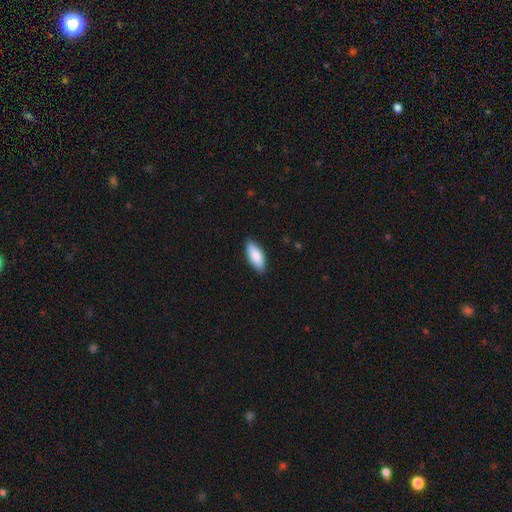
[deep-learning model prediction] This appears to be a smooth galaxy with no disk features (84%) that is in between round and cigar-shaped (79%). Merging: none (87%).